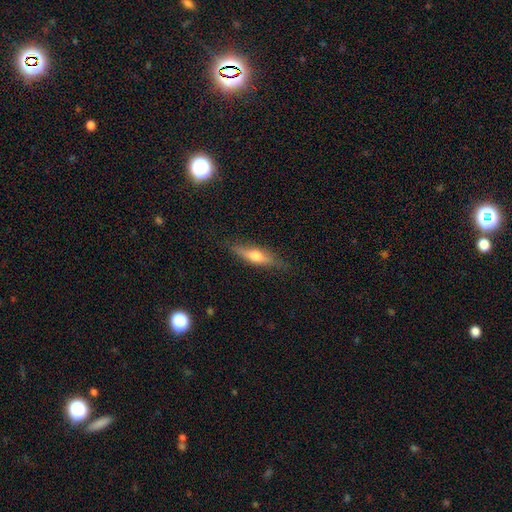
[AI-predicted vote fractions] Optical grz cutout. It shows a smooth galaxy with no disk features (51%) that is cigar-shaped (64%). Merging: none (80%).